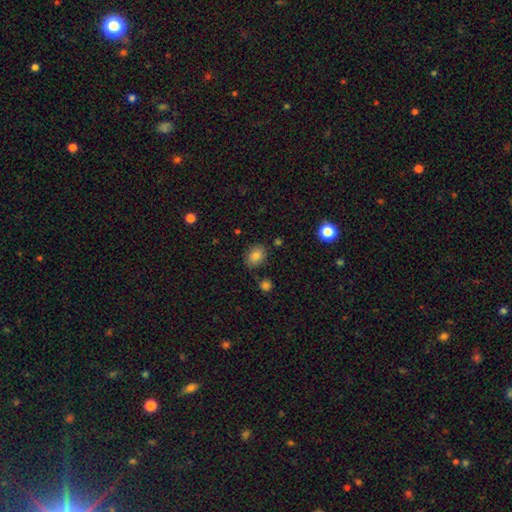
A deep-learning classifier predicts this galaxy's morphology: Smooth or featured?
  - smooth: 82% *
  - star or artifact: 10%
  - featured or disk: 8%
How rounded?
  - in between: 62% *
  - round: 37%
  - cigar-shaped: 1%
Merging?
  - none: 81% *
  - minor disturbance: 13%
  - merger: 3%
  - major disturbance: 3%